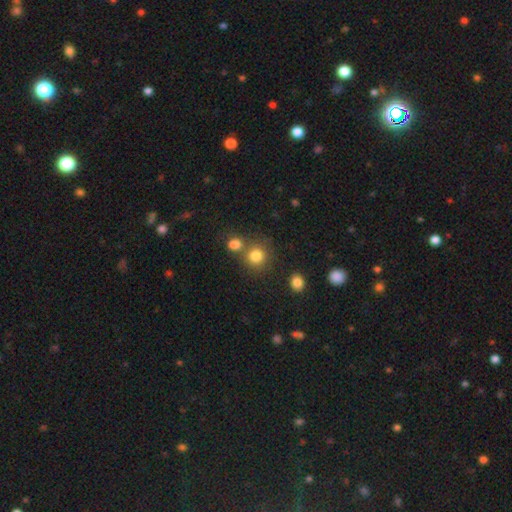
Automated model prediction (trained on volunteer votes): Smooth or featured? smooth (80%)
How rounded? round (87%)
Merging? none (64%)